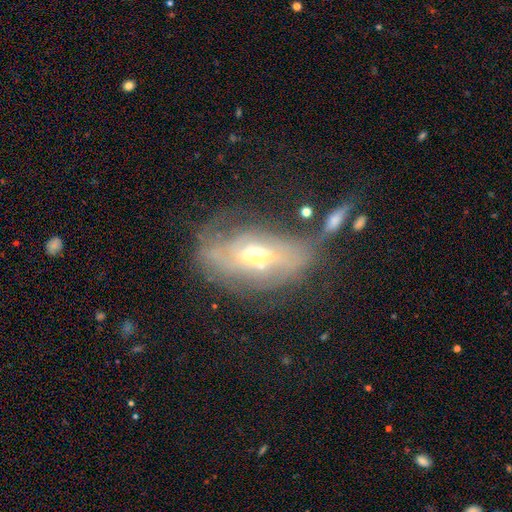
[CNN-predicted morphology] A featured or disk galaxy (67%) with no bar (55%), spiral arms (61%) and a moderate central bulge (67%).

Vote fractions:
- Smooth or featured? featured or disk: 67% / smooth: 24% / star or artifact: 9%
- Edge-on disk? no: 86% / yes: 14%
- Bar? no: 55% / weak: 33% / strong: 12%
- Spiral arms? yes: 61% / no: 39%
- Bulge size? moderate: 67% / small: 21% / large: 9% / dominant: 1% / none: 1%
- Merging? none: 41% / minor disturbance: 24% / major disturbance: 23% / merger: 12%